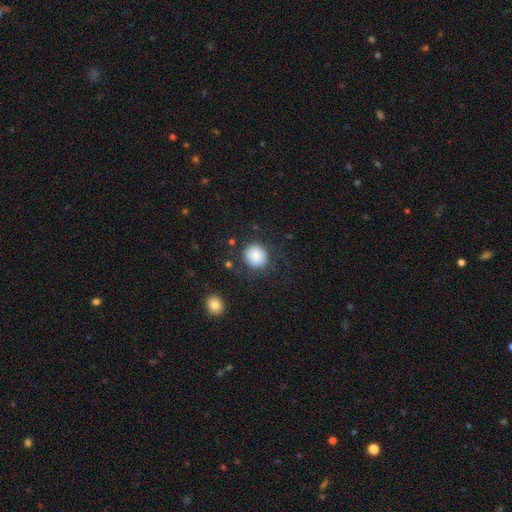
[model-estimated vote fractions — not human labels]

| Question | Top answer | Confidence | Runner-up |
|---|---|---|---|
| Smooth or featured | smooth | 85% | star or artifact (8%) |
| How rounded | round | 86% | in between (13%) |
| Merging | none | 77% | minor disturbance (13%) |